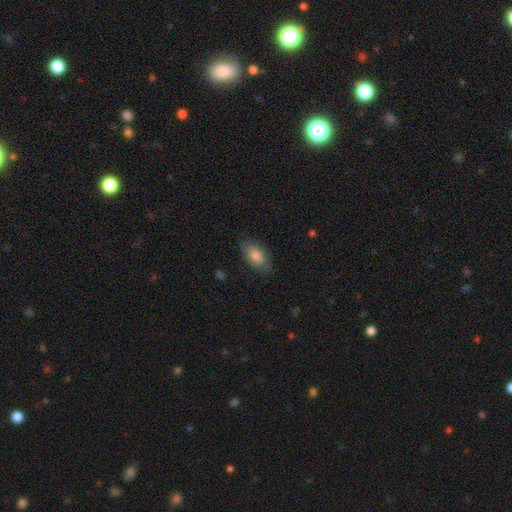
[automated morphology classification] This is clearly a smooth galaxy (83%). How rounded: clearly in between (91%). Merging: clearly none (80%).